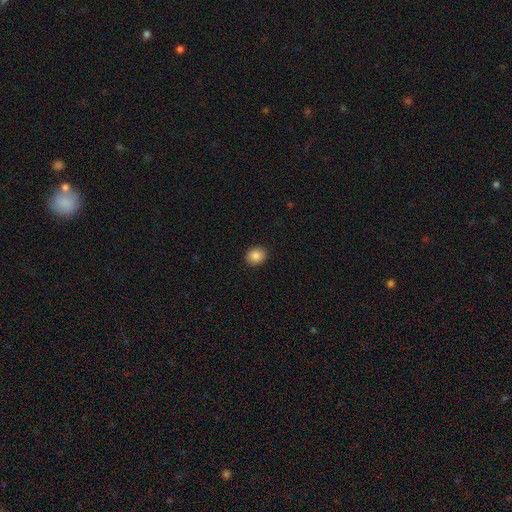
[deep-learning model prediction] Smooth or featured?
  - smooth: 86% *
  - star or artifact: 9%
  - featured or disk: 5%
How rounded?
  - round: 71% *
  - in between: 29%
  - cigar-shaped: 1%
Merging?
  - none: 92% *
  - minor disturbance: 6%
  - major disturbance: 2%
  - merger: 1%